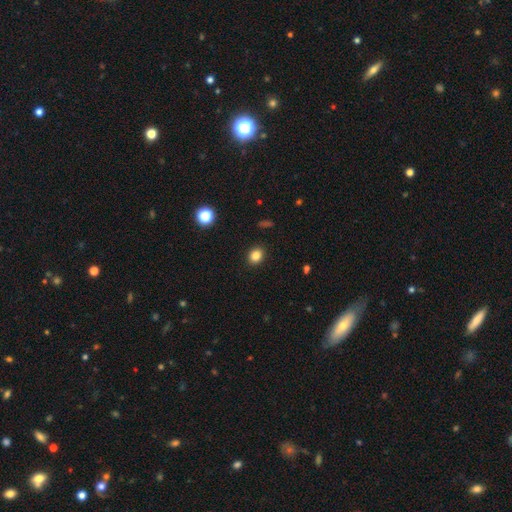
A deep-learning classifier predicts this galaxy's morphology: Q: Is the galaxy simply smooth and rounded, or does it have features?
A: smooth — 84%.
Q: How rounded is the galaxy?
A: round — 61%.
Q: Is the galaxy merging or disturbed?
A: none — 90%.